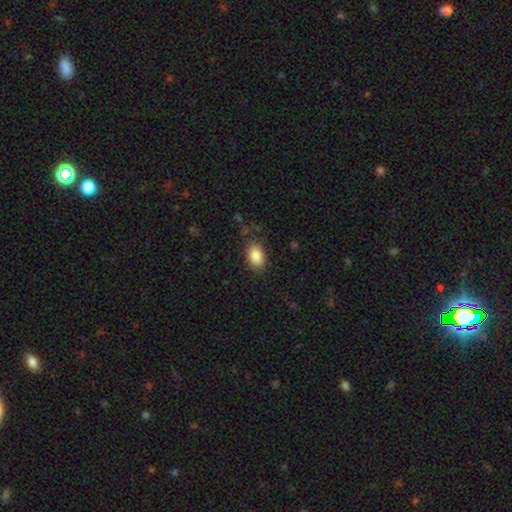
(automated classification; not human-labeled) Morphology: type=smooth (86%); roundness=in between (89%); merging=none (83%).